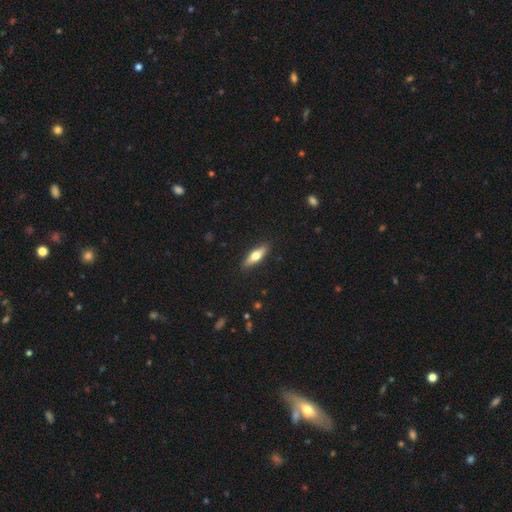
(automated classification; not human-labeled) A smooth galaxy with no disk features (54%) that is cigar-shaped (57%). Merging: none (90%).